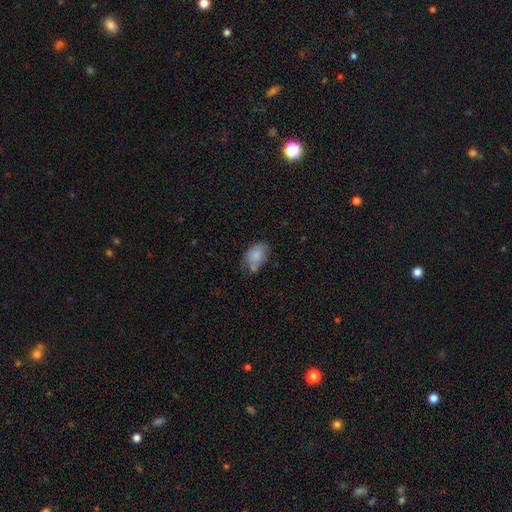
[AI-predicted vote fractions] Smooth or featured: smooth — 80% (featured or disk — 12%)
How rounded: in between — 89% (round — 10%)
Merging: none — 51% (minor disturbance — 30%)